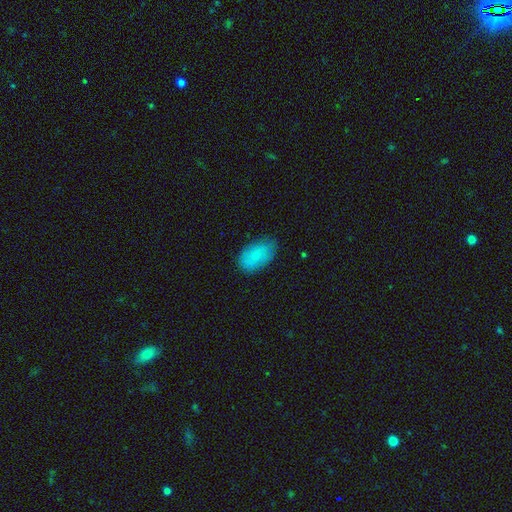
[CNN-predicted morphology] smooth_or_featured: smooth (p=0.77) [alt: featured or disk p=0.16]
how_rounded: in between (p=0.92) [alt: round p=0.07]
merging: none (p=0.77) [alt: minor disturbance p=0.18]